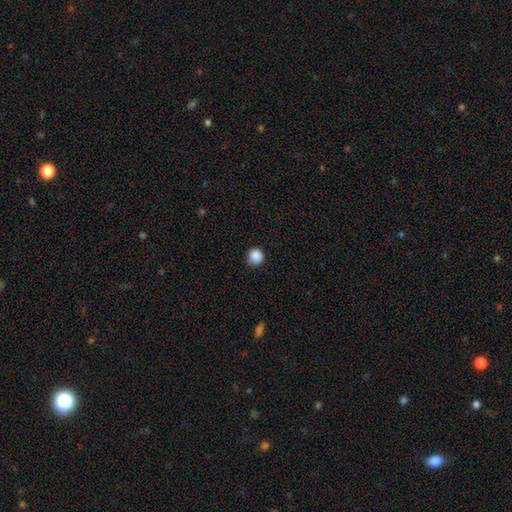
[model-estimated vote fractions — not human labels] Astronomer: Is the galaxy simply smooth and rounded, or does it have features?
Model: smooth — 88%.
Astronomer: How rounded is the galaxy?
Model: round — 94%.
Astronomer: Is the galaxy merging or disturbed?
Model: none — 85%.